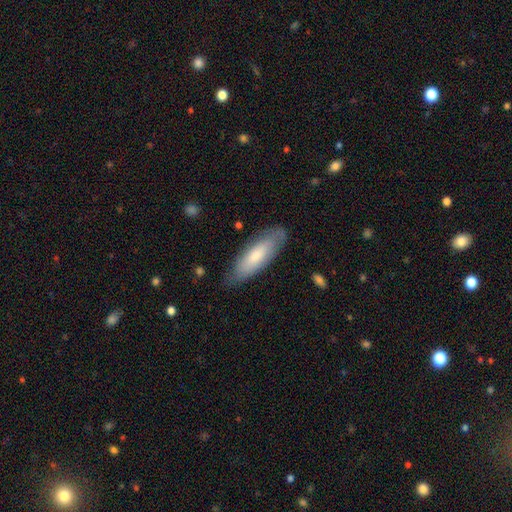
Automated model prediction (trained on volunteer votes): smooth_or_featured: smooth (p=0.69) [alt: featured or disk p=0.26]
how_rounded: in between (p=0.55) [alt: cigar-shaped p=0.43]
merging: none (p=0.80) [alt: minor disturbance p=0.16]